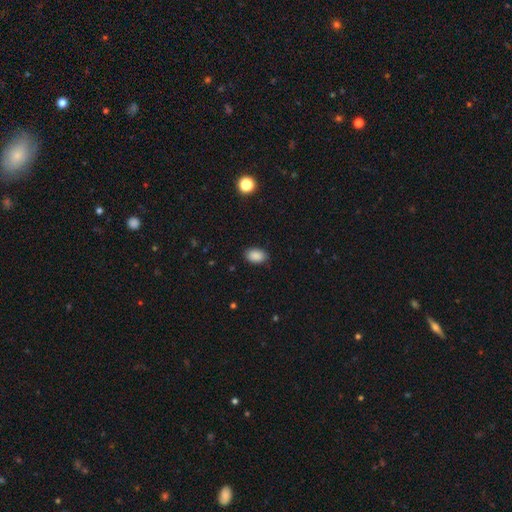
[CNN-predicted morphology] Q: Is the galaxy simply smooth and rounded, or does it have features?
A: smooth — 89%.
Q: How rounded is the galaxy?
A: in between — 88%.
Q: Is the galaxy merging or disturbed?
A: none — 88%.